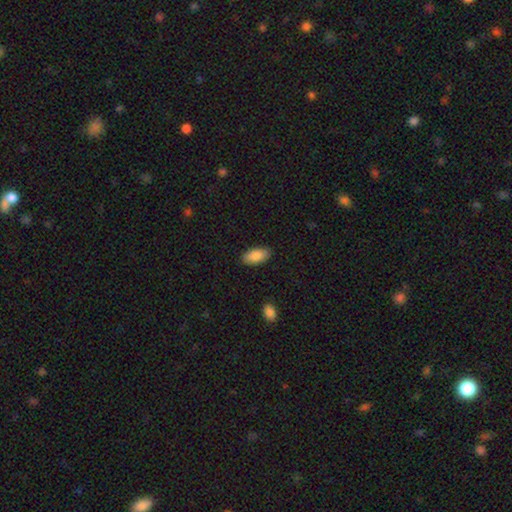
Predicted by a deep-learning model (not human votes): Overall: smooth (88%). How rounded: in between (93%). Merging: none (88%).